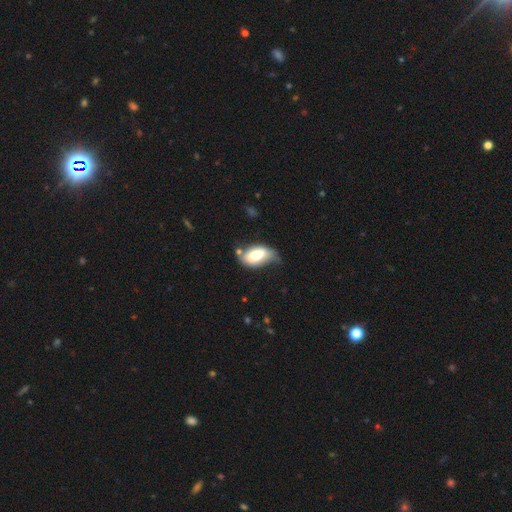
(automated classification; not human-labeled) This appears to be a smooth galaxy with no disk features (67%) that is in between round and cigar-shaped (92%). Merging: none (40%).